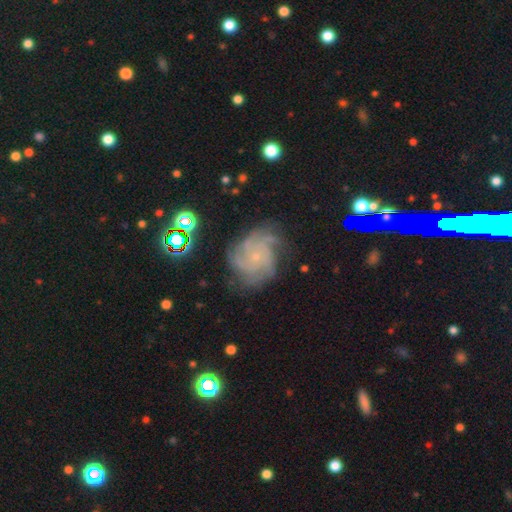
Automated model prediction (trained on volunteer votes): Q: Smooth or featured?
A: featured or disk (80%); runner-up: star or artifact (11%)
Q: Edge-on disk?
A: no (97%); runner-up: yes (3%)
Q: Bar?
A: no (80%); runner-up: weak (17%)
Q: Spiral arms?
A: yes (96%); runner-up: no (4%)
Q: Spiral winding?
A: tight (54%); runner-up: medium (36%)
Q: Spiral arm count?
A: 4 (31%); runner-up: can't tell (23%)
Q: Bulge size?
A: small (80%); runner-up: moderate (10%)
Q: Merging?
A: none (69%); runner-up: minor disturbance (19%)